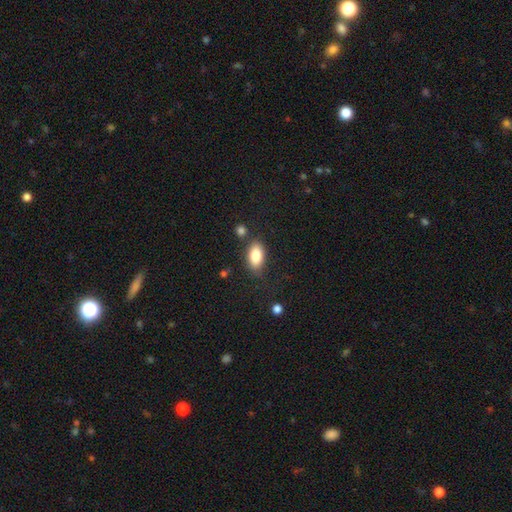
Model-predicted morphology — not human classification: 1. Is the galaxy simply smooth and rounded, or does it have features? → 83% smooth, 9% featured or disk, 7% star or artifact.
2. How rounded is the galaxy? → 91% in between, 5% round, 4% cigar-shaped.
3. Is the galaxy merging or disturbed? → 76% none, 14% minor disturbance, 6% merger, 4% major disturbance.